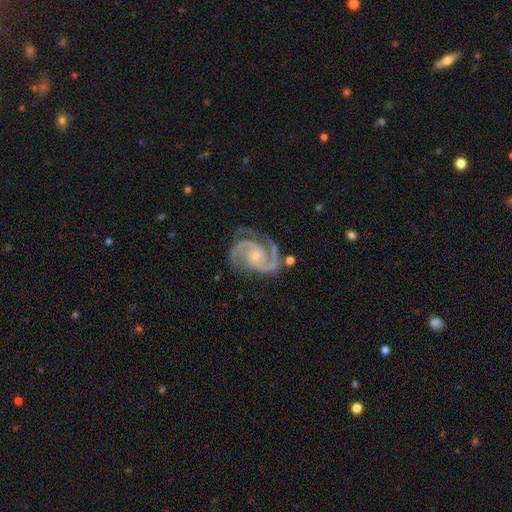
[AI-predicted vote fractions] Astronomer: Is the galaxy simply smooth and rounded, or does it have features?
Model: featured or disk — 94%.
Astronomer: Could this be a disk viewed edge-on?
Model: no — 98%.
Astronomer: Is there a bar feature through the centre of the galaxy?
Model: no — 65%.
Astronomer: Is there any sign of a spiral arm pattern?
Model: yes — 99%.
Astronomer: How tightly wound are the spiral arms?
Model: medium — 55% (runner-up: tight, 39%).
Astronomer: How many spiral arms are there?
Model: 2 — 89%.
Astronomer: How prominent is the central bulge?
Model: small — 70%.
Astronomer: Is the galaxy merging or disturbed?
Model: none — 74%.